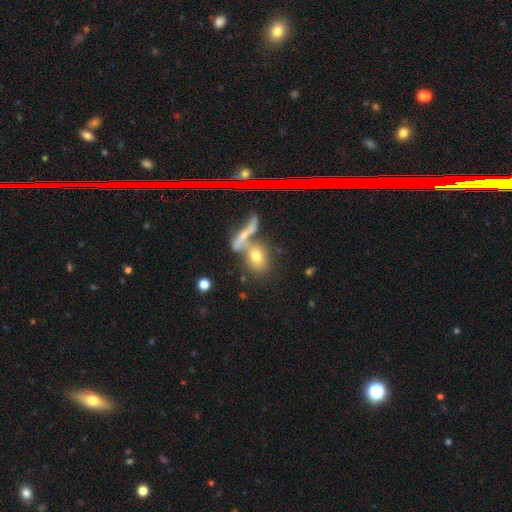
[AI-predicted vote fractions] This is marginally a smooth galaxy (42%). Merging: possibly none (57%).